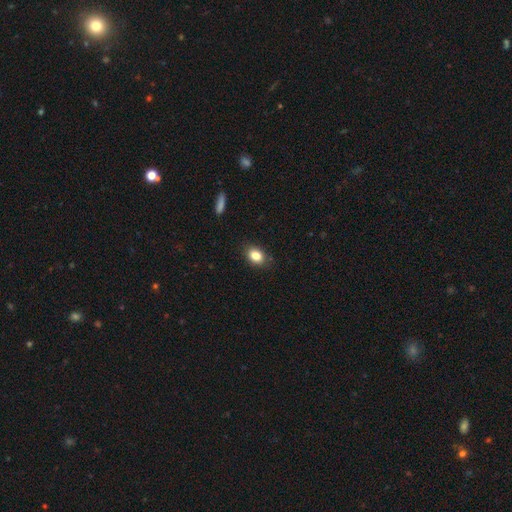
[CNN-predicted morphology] smooth_or_featured: smooth (p=0.84) [alt: star or artifact p=0.09]
how_rounded: in between (p=0.74) [alt: round p=0.25]
merging: none (p=0.83) [alt: minor disturbance p=0.13]